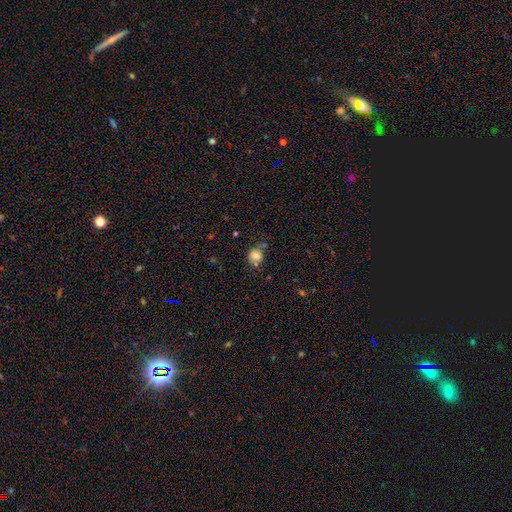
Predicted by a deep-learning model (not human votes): smooth-or-featured: smooth: 78% | star or artifact: 12% | featured or disk: 10%
  how-rounded: round: 76% | in between: 23% | cigar-shaped: 1%
  merging: none: 60% | minor disturbance: 22% | merger: 10% | major disturbance: 7%